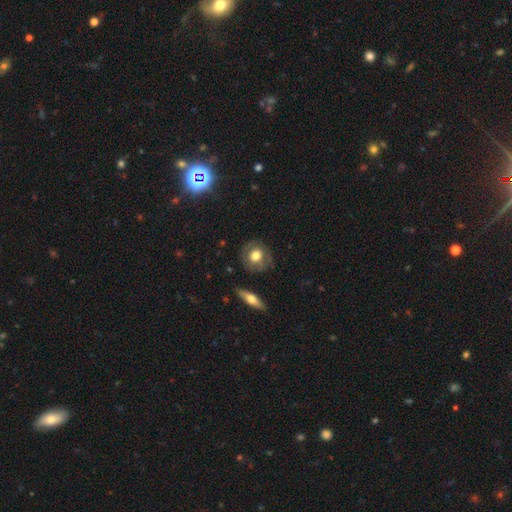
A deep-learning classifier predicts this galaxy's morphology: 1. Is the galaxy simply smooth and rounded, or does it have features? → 58% smooth, 34% featured or disk, 7% star or artifact.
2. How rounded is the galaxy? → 84% round, 15% in between, 1% cigar-shaped.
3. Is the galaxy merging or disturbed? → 80% none, 14% minor disturbance, 4% major disturbance, 2% merger.